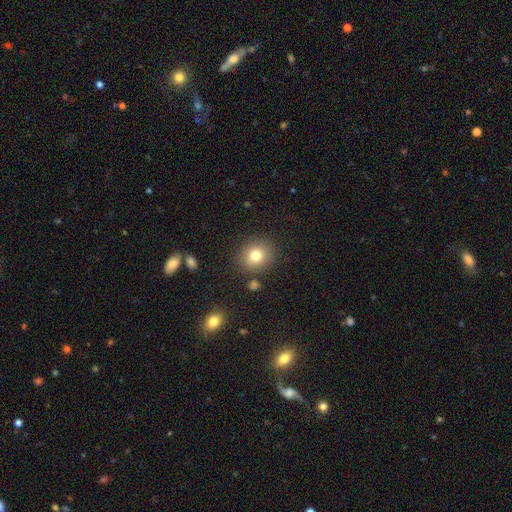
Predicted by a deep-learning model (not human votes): Smooth or featured?
  - smooth: 79% *
  - star or artifact: 12%
  - featured or disk: 9%
How rounded?
  - round: 81% *
  - in between: 18%
  - cigar-shaped: 1%
Merging?
  - none: 84% *
  - minor disturbance: 9%
  - merger: 4%
  - major disturbance: 3%